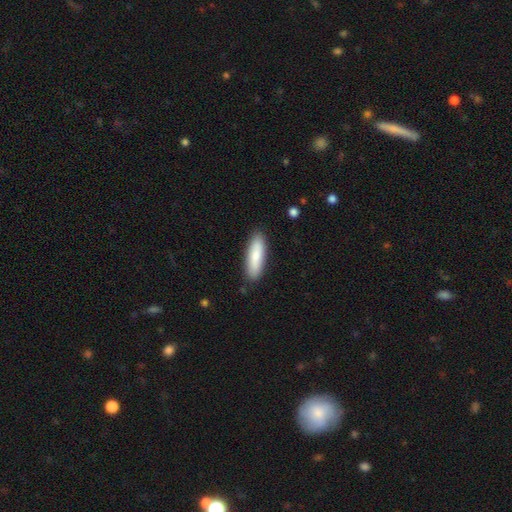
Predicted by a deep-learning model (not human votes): Smooth or featured? Predicted: smooth (p=0.83). How rounded? Predicted: cigar-shaped (p=0.57). Merging? Predicted: none (p=0.87).